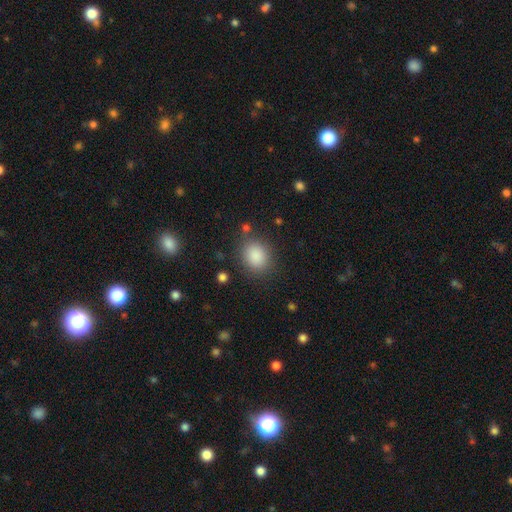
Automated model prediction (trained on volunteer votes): This appears to be a smooth galaxy with no disk features (87%) that is round (65%). Merging: none (81%).